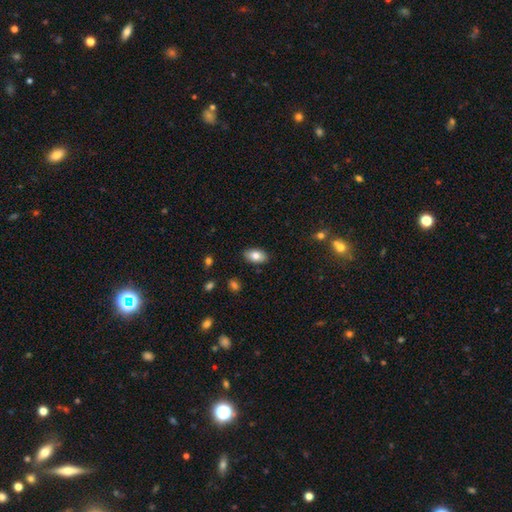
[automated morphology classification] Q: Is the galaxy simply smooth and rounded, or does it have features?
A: smooth — 81%.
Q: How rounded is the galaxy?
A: in between — 93%.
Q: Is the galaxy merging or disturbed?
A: none — 87%.